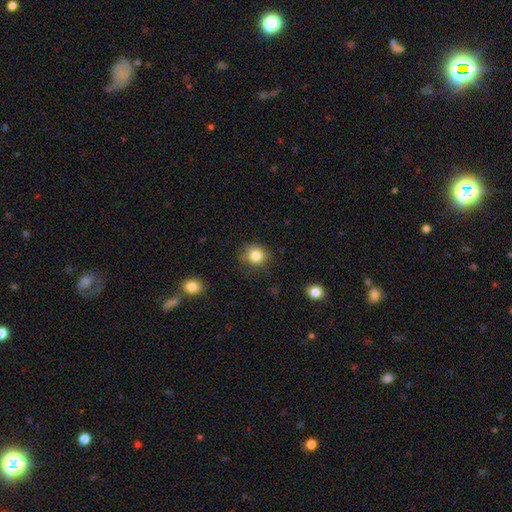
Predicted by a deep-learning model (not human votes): Smooth or featured? smooth (84%)
How rounded? round (83%)
Merging? none (82%)